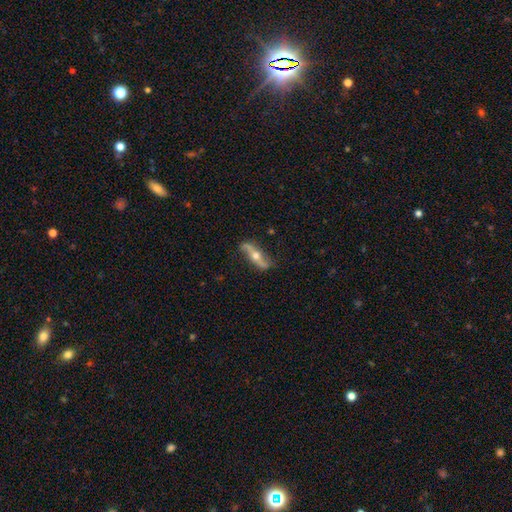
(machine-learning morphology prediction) The model was most divided on "edge-on disk": no: 52%, yes: 48%. More confident: merging — none (80%); smooth or featured — featured or disk (74%).